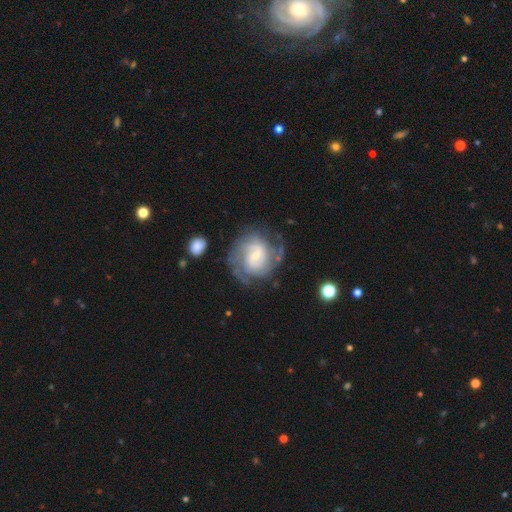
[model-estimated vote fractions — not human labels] Overall: featured or disk (84%). Edge-on disk: no (98%). Bar: weak (56%; no 29%). Spiral arms: yes (95%). Spiral arm count: 2 (53%; can't tell 22%). Spiral winding: tight (46%; medium 41%). Bulge size: small (62%; moderate 26%). Merging: none (65%).